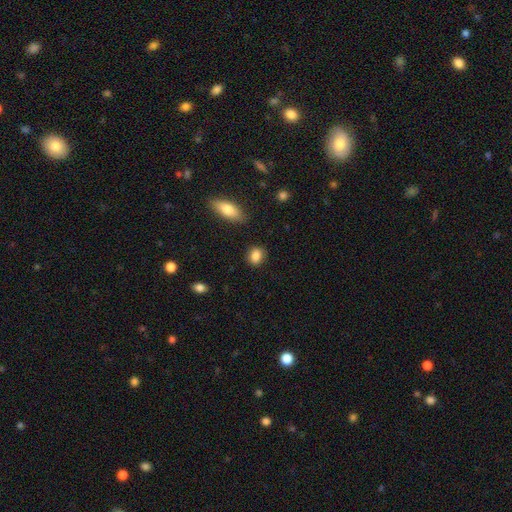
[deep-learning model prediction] Q: Smooth or featured?
A: smooth (87%); runner-up: star or artifact (8%)
Q: How rounded?
A: in between (52%); runner-up: round (46%)
Q: Merging?
A: none (85%); runner-up: minor disturbance (10%)